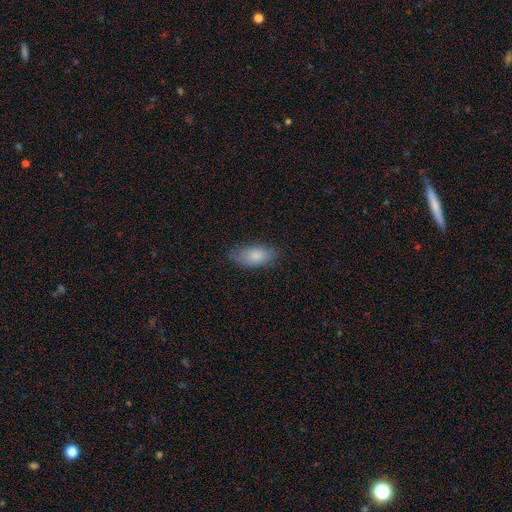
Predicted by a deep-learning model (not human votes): smooth_or_featured: smooth (p=0.82) [alt: featured or disk p=0.11]
how_rounded: in between (p=0.88) [alt: cigar-shaped p=0.09]
merging: none (p=0.75) [alt: minor disturbance p=0.20]